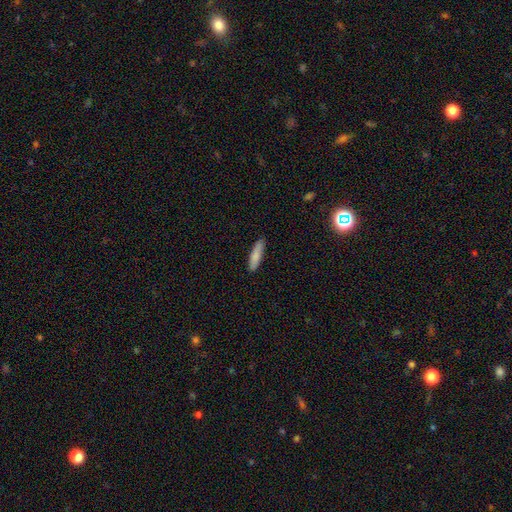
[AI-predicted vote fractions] Smooth or featured? smooth (84%)
How rounded? cigar-shaped (73%)
Merging? none (86%)